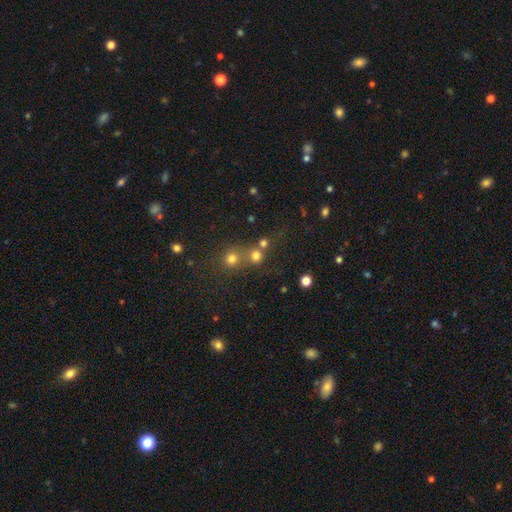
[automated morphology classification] smooth_or_featured: smooth (p=0.73) [alt: star or artifact p=0.19]
how_rounded: round (p=0.89) [alt: in between p=0.10]
merging: none (p=0.53) [alt: merger p=0.38]